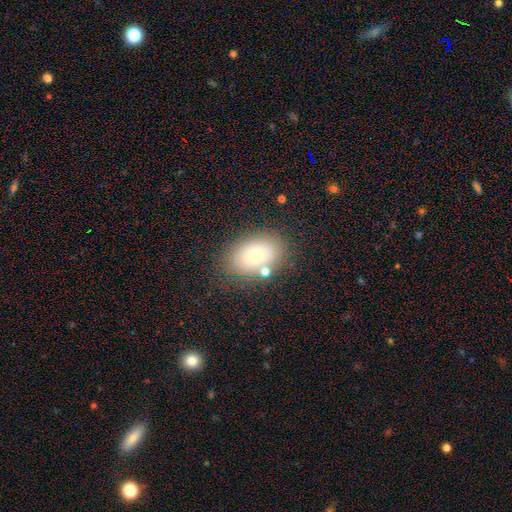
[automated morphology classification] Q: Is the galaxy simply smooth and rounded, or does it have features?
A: smooth — 66%.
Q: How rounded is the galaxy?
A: in between — 76%.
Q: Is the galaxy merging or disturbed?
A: none — 74%.